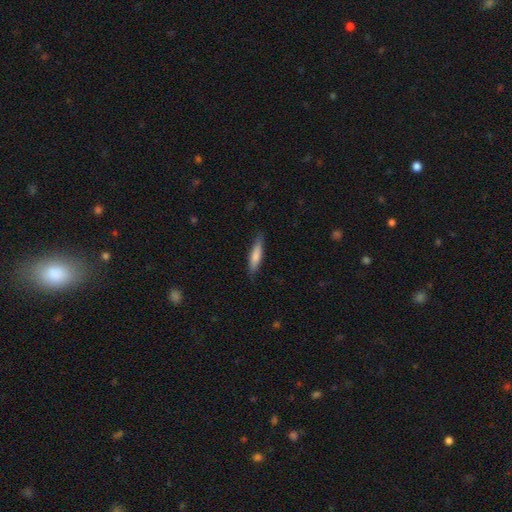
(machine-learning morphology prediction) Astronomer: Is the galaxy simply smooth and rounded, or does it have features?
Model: smooth — 76%.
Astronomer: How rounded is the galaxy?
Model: cigar-shaped — 81%.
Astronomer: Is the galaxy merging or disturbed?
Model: none — 83%.